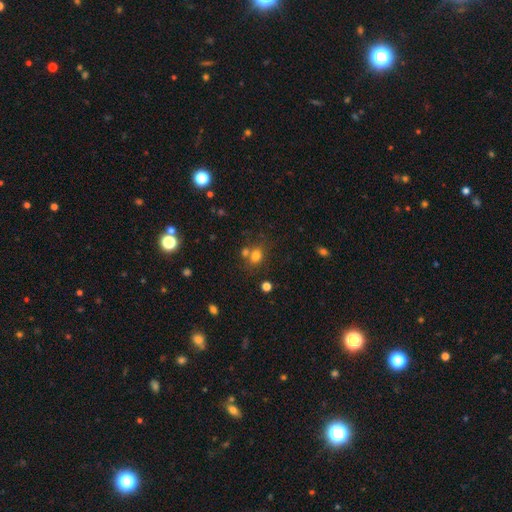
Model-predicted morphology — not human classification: Overall: smooth (75%). How rounded: round (51%; in between 48%). Merging: none (56%; merger 26%).